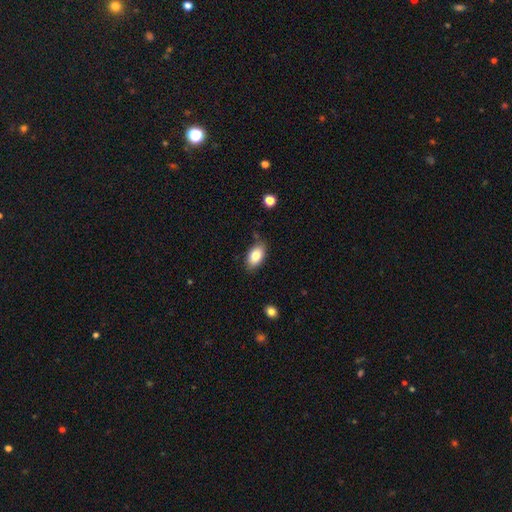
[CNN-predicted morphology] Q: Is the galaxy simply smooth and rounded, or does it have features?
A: smooth — 82%.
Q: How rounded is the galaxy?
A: in between — 92%.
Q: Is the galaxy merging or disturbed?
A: none — 79%.